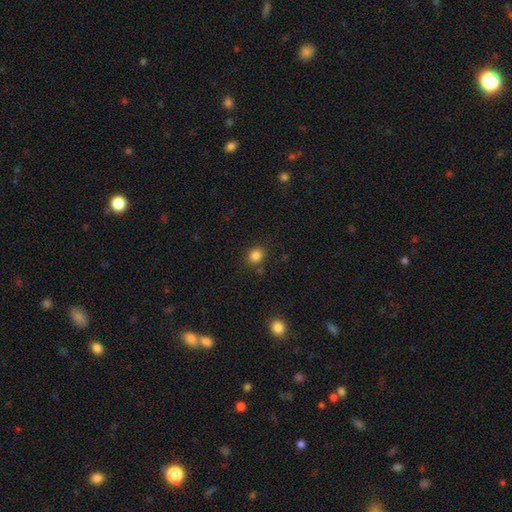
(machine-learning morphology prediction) type=smooth (83%); roundness=round (74%); merging=none (81%).